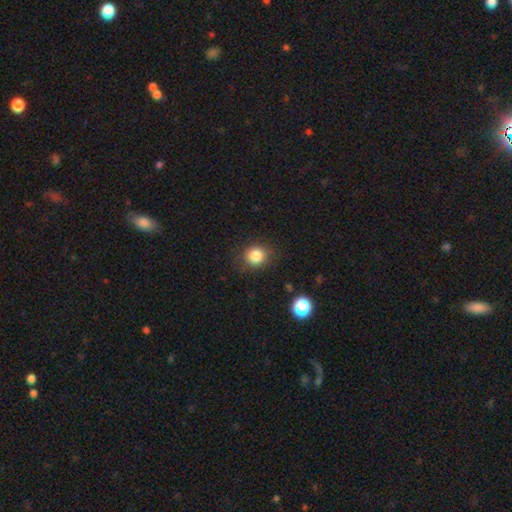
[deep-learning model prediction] Overall: smooth (83%). How rounded: round (79%). Merging: none (83%).